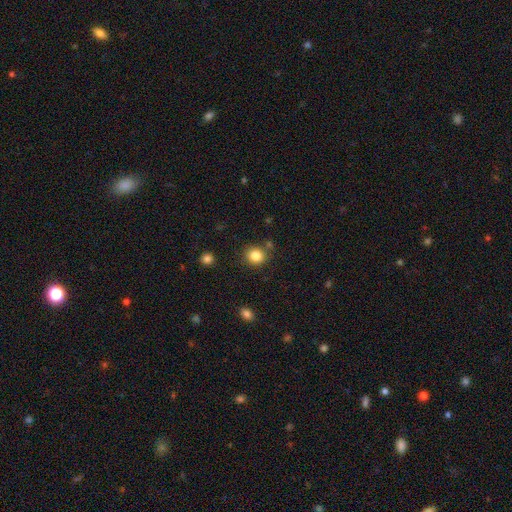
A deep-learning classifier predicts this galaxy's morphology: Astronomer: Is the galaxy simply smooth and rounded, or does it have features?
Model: smooth — 84%.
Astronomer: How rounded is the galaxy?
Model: round — 85%.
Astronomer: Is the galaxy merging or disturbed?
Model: none — 83%.